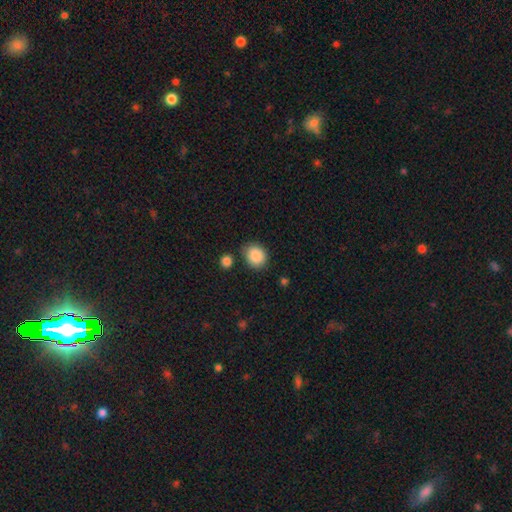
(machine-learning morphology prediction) This appears to be a smooth galaxy with no disk features (88%) that is round (72%). Merging: none (78%).